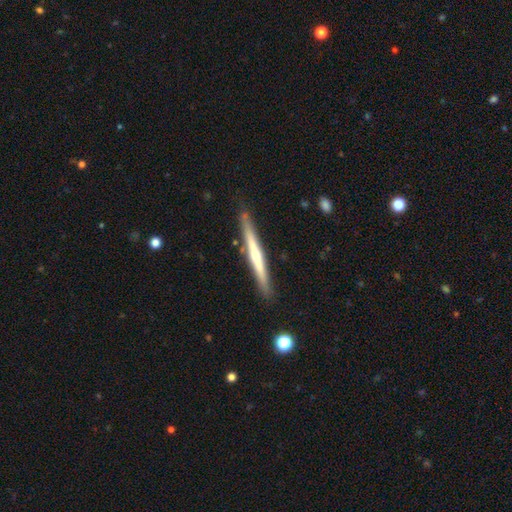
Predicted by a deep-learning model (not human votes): smooth-or-featured: featured or disk: 61% | smooth: 34% | star or artifact: 5%
  disk-edge-on: yes: 97% | no: 3%
    edge-on-bulge: rounded: 62% | none: 33% | boxy: 5%
  merging: none: 86% | minor disturbance: 10% | merger: 2% | major disturbance: 2%